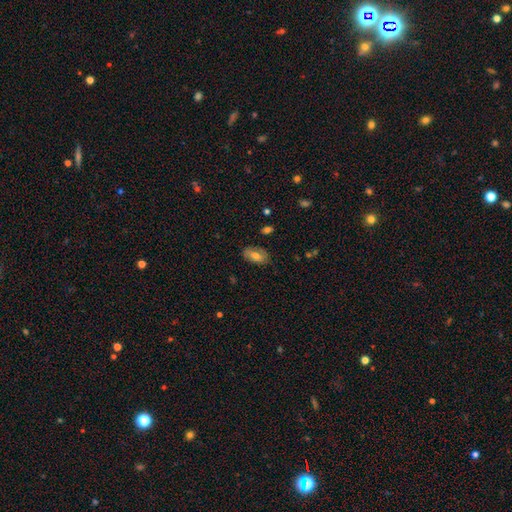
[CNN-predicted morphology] This appears to be a smooth galaxy with no disk features (63%) that is in between round and cigar-shaped (90%). Merging: none (79%).